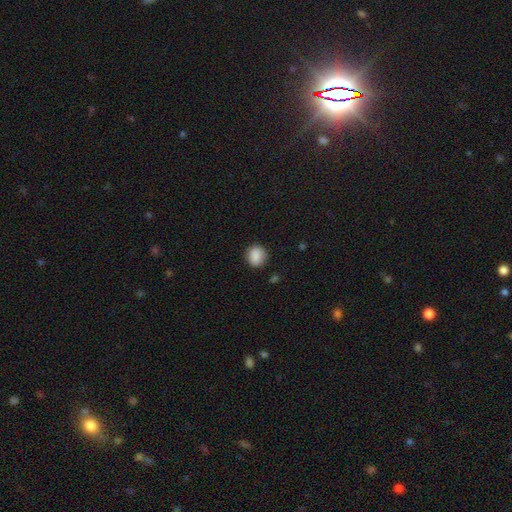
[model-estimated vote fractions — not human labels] This appears to be a smooth galaxy with no disk features (88%) that is round (82%). Merging: none (85%).